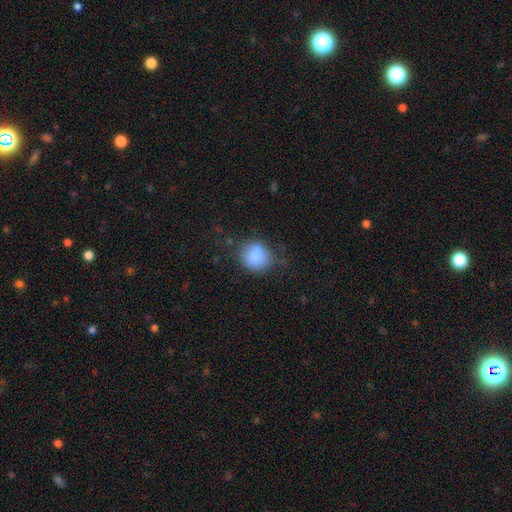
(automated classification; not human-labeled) smooth_or_featured: smooth (p=0.79) [alt: featured or disk p=0.12]
how_rounded: round (p=0.74) [alt: in between p=0.25]
merging: none (p=0.52) [alt: minor disturbance p=0.25]